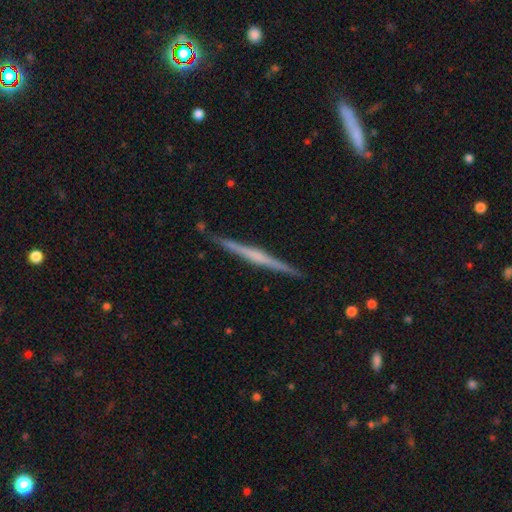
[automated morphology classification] A featured or disk galaxy (73%) viewed edge-on (98%) with no central bulge (48%).

Vote fractions:
- Smooth or featured? featured or disk: 73% / smooth: 22% / star or artifact: 5%
- Edge-on disk? yes: 98% / no: 2%
- Edge-on bulge? none: 48% / rounded: 35% / boxy: 17%
- Merging? none: 91% / minor disturbance: 7% / major disturbance: 1% / merger: 1%